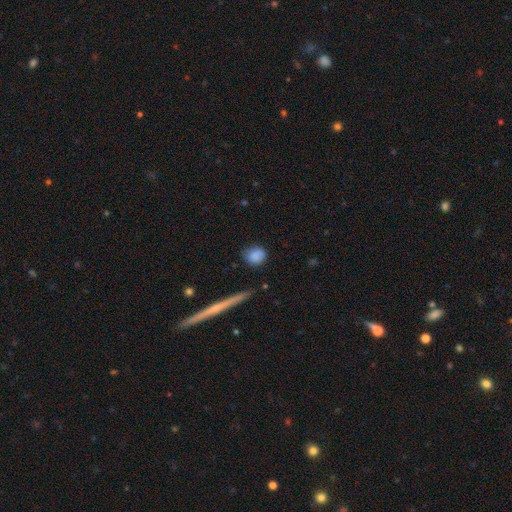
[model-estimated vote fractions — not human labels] The model was most divided on "how rounded": round: 72%, in between: 24%, cigar-shaped: 4%. More confident: smooth or featured — smooth (81%); merging — none (73%).